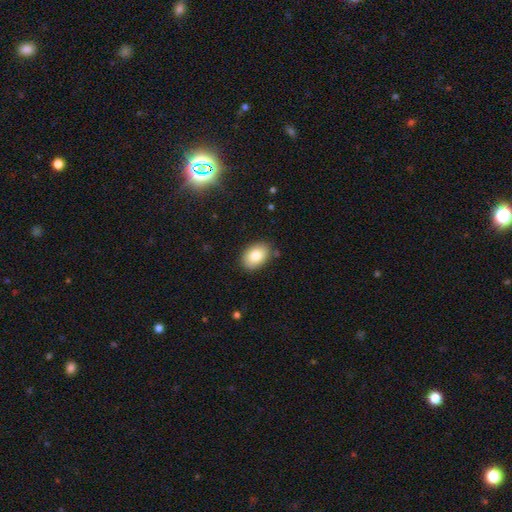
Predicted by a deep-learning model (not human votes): Q: Smooth or featured?
A: smooth (82%); runner-up: featured or disk (11%)
Q: How rounded?
A: in between (85%); runner-up: round (14%)
Q: Merging?
A: none (84%); runner-up: minor disturbance (11%)